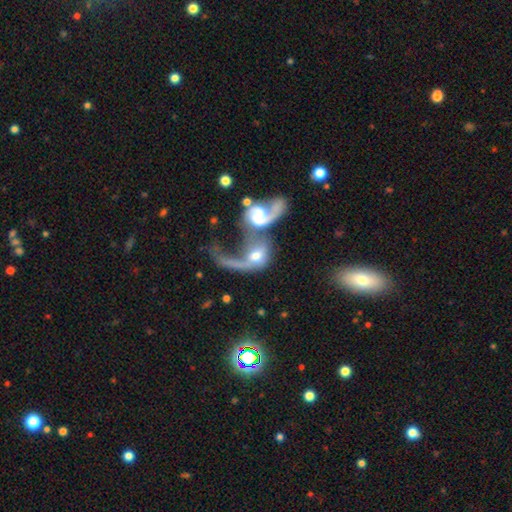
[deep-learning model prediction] Q: Smooth or featured?
A: featured or disk (63%); runner-up: smooth (29%)
Q: Edge-on disk?
A: no (94%); runner-up: yes (6%)
Q: Bar?
A: no (59%); runner-up: weak (30%)
Q: Spiral arms?
A: yes (74%); runner-up: no (26%)
Q: Bulge size?
A: moderate (59%); runner-up: small (19%)
Q: Merging?
A: merger (76%); runner-up: major disturbance (13%)